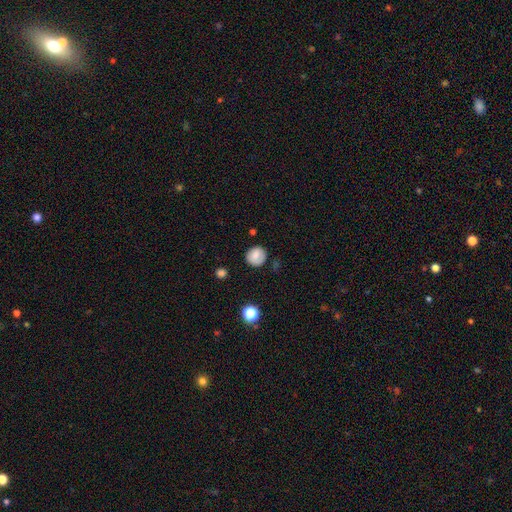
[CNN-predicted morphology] A smooth galaxy with no disk features (80%) that is round (88%). Merging: none (83%).